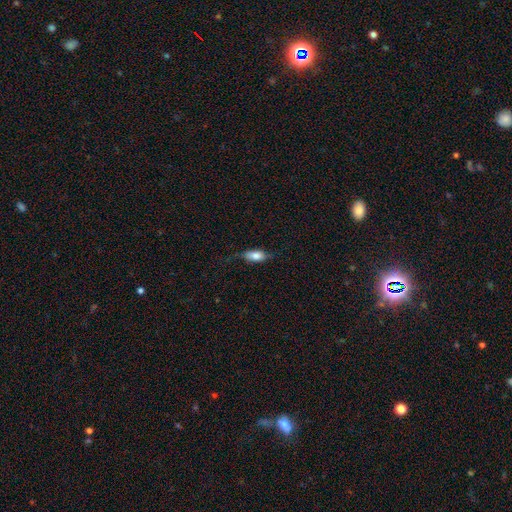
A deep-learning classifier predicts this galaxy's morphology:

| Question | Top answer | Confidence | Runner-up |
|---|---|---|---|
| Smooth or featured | smooth | 75% | featured or disk (18%) |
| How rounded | in between | 82% | cigar-shaped (14%) |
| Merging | none | 63% | minor disturbance (26%) |